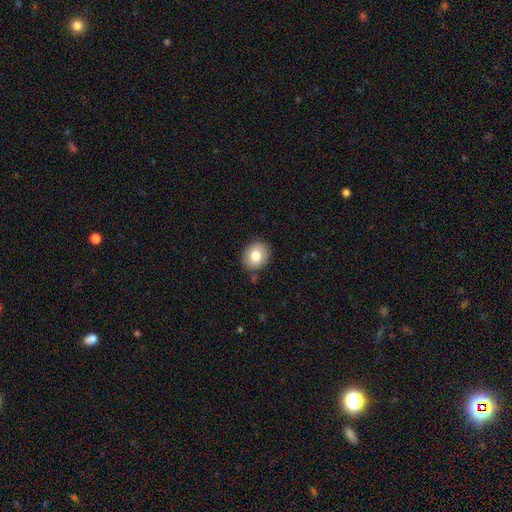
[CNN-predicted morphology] Smooth or featured?
  - smooth: 79% *
  - featured or disk: 12%
  - star or artifact: 9%
How rounded?
  - round: 64% *
  - in between: 35%
  - cigar-shaped: 1%
Merging?
  - none: 87% *
  - minor disturbance: 9%
  - major disturbance: 2%
  - merger: 2%